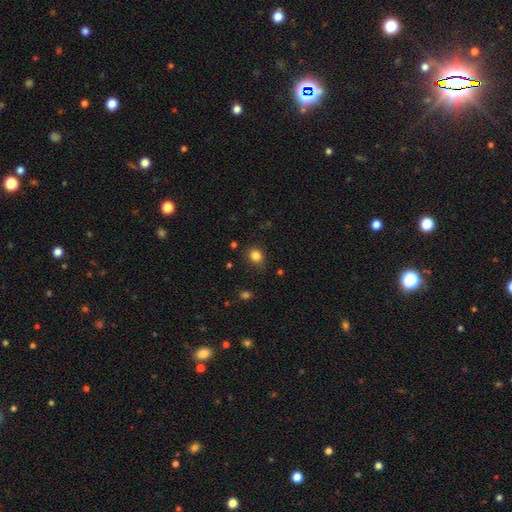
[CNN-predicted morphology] Smooth or featured? Predicted: smooth (p=0.83). How rounded? Predicted: round (p=0.69). Merging? Predicted: none (p=0.79).